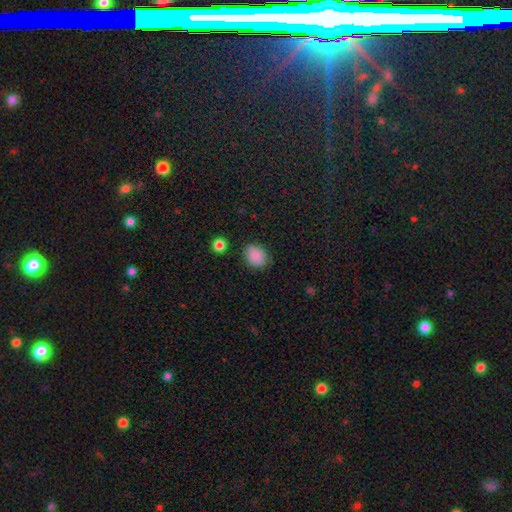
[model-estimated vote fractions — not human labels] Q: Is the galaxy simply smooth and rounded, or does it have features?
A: smooth — 86%.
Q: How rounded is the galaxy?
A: in between — 51%.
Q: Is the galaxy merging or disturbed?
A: none — 82%.